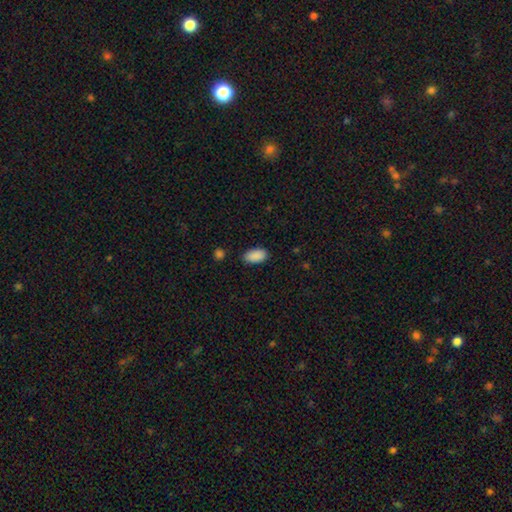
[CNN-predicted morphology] Smooth or featured: smooth — 90% (star or artifact — 7%)
How rounded: in between — 94% (round — 3%)
Merging: none — 84% (minor disturbance — 12%)